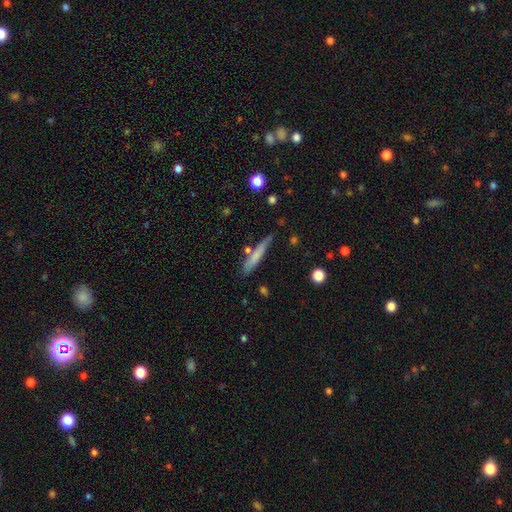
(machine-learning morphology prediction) Smooth or featured? smooth (66%)
How rounded? cigar-shaped (93%)
Merging? none (76%)